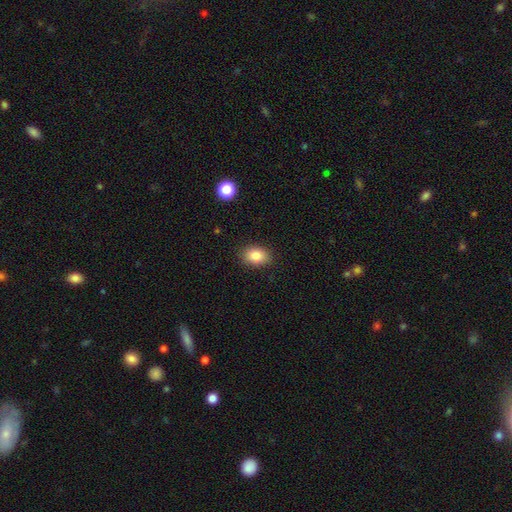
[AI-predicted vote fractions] Overall: smooth (85%). How rounded: in between (75%). Merging: none (86%).